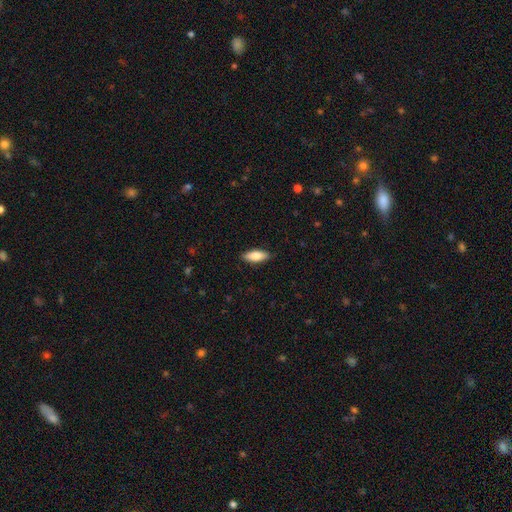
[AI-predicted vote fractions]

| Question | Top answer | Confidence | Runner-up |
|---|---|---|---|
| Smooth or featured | smooth | 80% | featured or disk (14%) |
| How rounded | in between | 75% | cigar-shaped (23%) |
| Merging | none | 88% | minor disturbance (9%) |